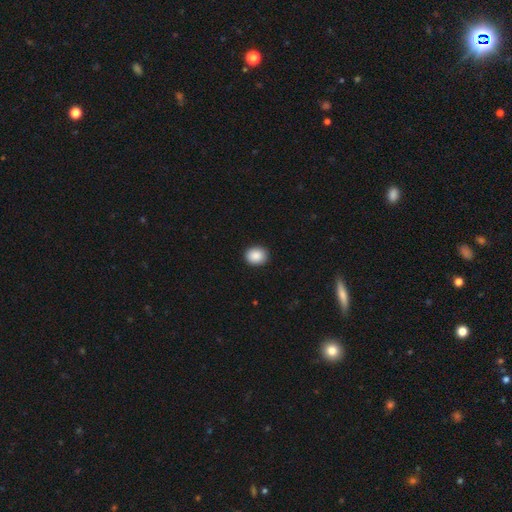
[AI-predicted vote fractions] This appears to be a smooth galaxy with no disk features (89%) that is round (62%). Merging: none (90%).